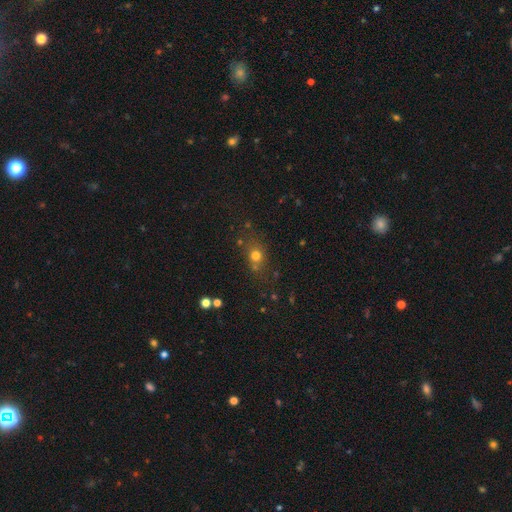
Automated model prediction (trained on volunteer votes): A smooth galaxy with no disk features (70%) that is round (68%). Merging: none (70%).